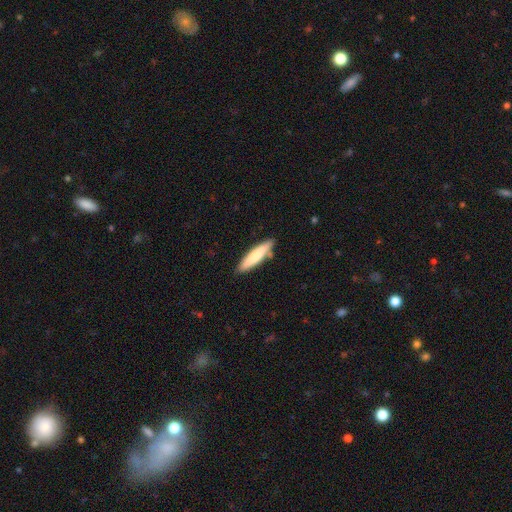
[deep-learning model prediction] Smooth or featured? smooth (75%)
How rounded? cigar-shaped (83%)
Merging? none (82%)